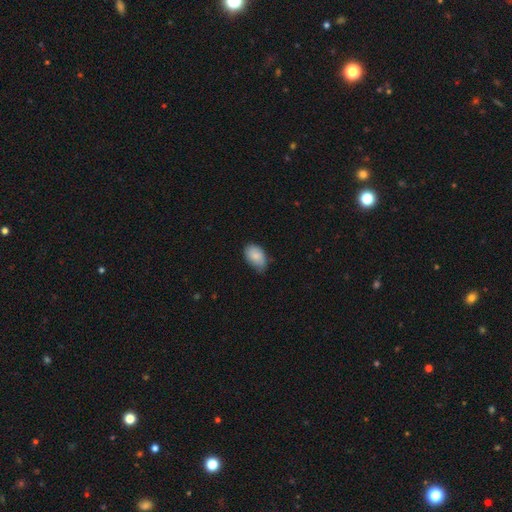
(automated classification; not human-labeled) Smooth or featured? Predicted: smooth (p=0.84). How rounded? Predicted: in between (p=0.90). Merging? Predicted: none (p=0.52).